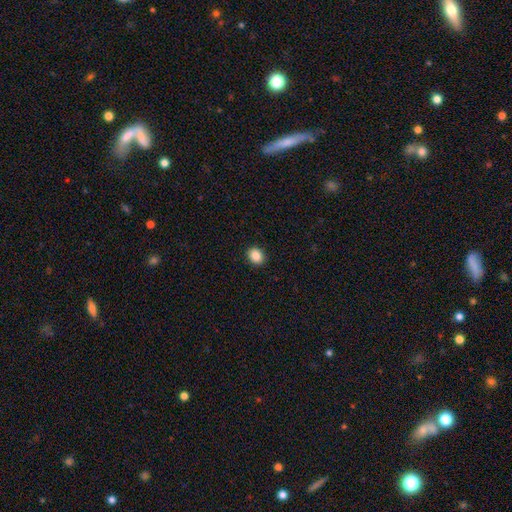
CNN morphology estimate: Q: Smooth or featured?
A: smooth (88%); runner-up: star or artifact (9%)
Q: How rounded?
A: round (53%); runner-up: in between (46%)
Q: Merging?
A: none (91%); runner-up: minor disturbance (6%)